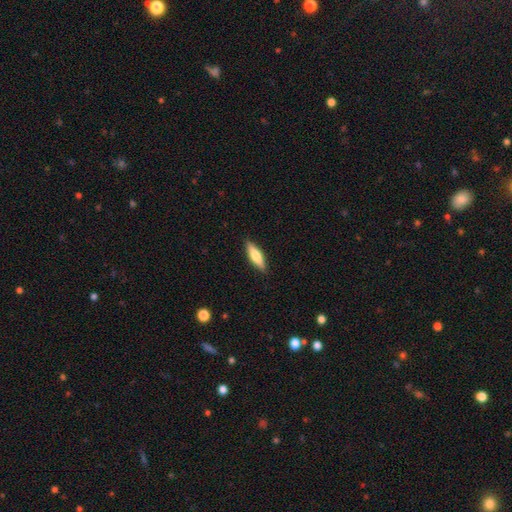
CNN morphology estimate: Overall: smooth (55%; featured or disk 39%). How rounded: cigar-shaped (61%; in between 37%). Merging: none (89%).